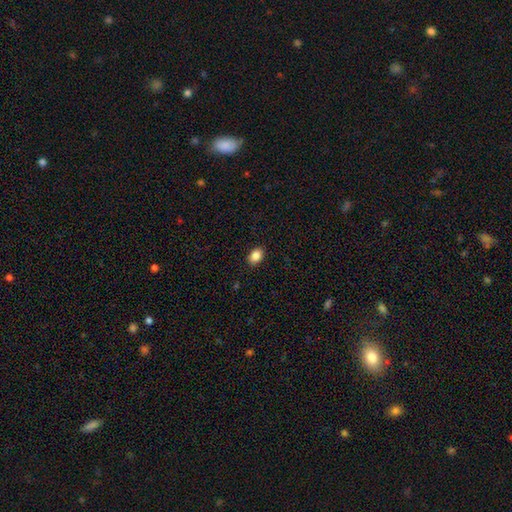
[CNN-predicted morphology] Smooth or featured? Predicted: smooth (p=0.87). How rounded? Predicted: in between (p=0.81). Merging? Predicted: none (p=0.90).